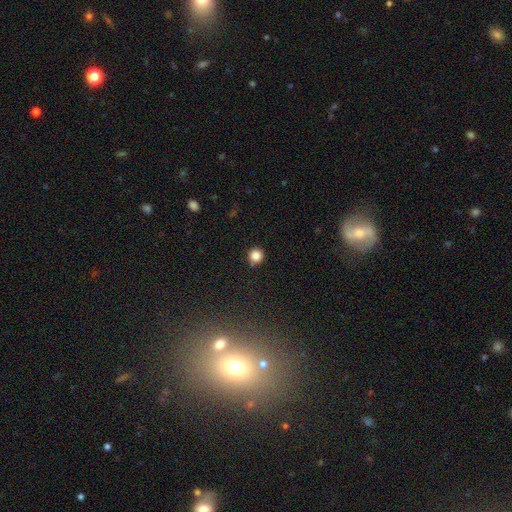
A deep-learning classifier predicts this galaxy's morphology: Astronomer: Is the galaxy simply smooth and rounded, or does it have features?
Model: smooth — 85%.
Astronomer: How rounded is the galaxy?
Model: round — 93%.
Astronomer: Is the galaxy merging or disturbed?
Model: none — 89%.